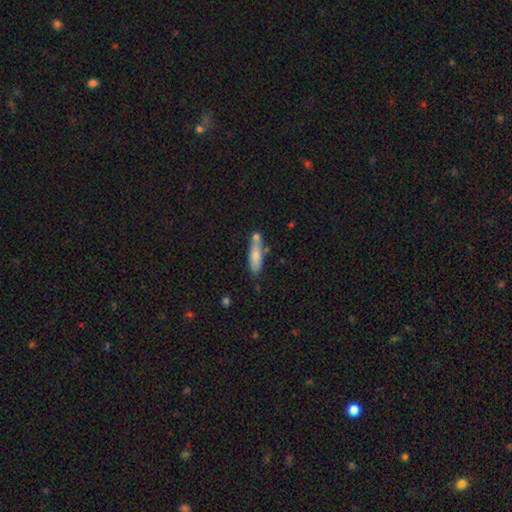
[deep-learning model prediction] A smooth galaxy with no disk features (75%) that is cigar-shaped (63%).

Vote fractions:
- Smooth or featured? smooth: 75% / featured or disk: 18% / star or artifact: 7%
- How rounded? cigar-shaped: 63% / in between: 34% / round: 2%
- Merging? none: 62% / minor disturbance: 19% / merger: 15% / major disturbance: 5%